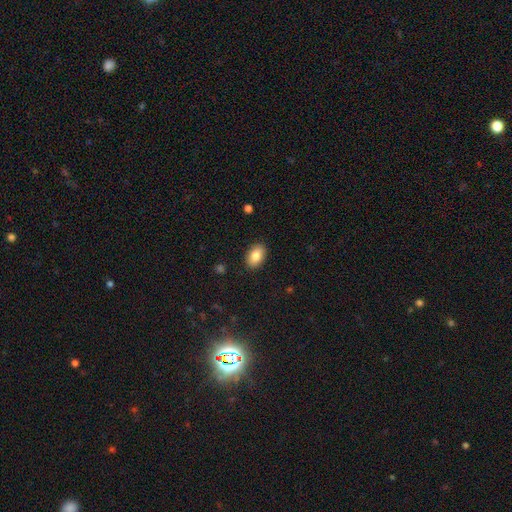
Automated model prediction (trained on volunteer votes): Smooth or featured?
  - smooth: 84% *
  - featured or disk: 9%
  - star or artifact: 8%
How rounded?
  - in between: 89% *
  - round: 10%
  - cigar-shaped: 1%
Merging?
  - none: 89% *
  - minor disturbance: 8%
  - major disturbance: 2%
  - merger: 1%